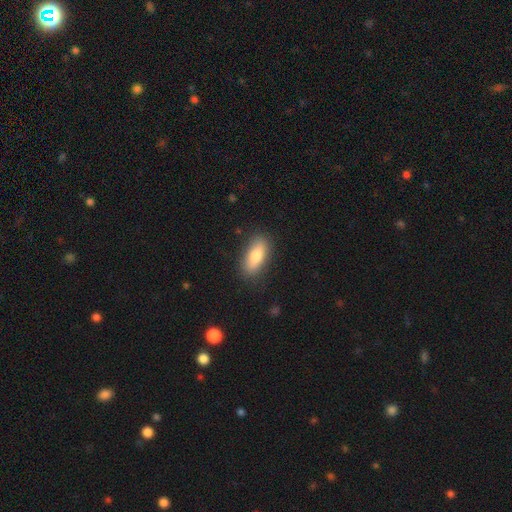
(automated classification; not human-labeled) smooth-or-featured: smooth: 74% | featured or disk: 19% | star or artifact: 7%
  how-rounded: in between: 76% | cigar-shaped: 21% | round: 3%
  merging: none: 84% | minor disturbance: 12% | major disturbance: 3% | merger: 1%